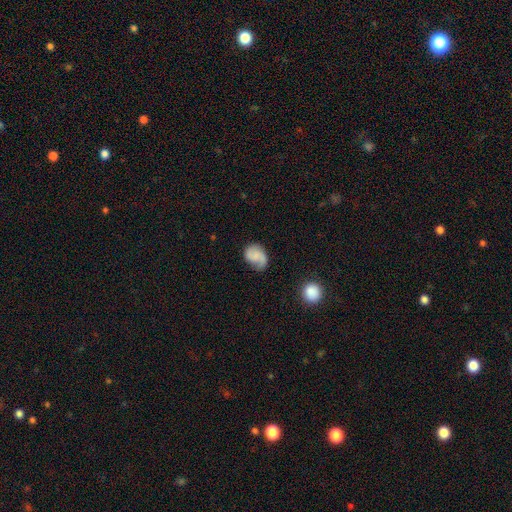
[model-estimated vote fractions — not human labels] Morphology: type=smooth (51%); roundness=in between (62%); merging=none (50%).